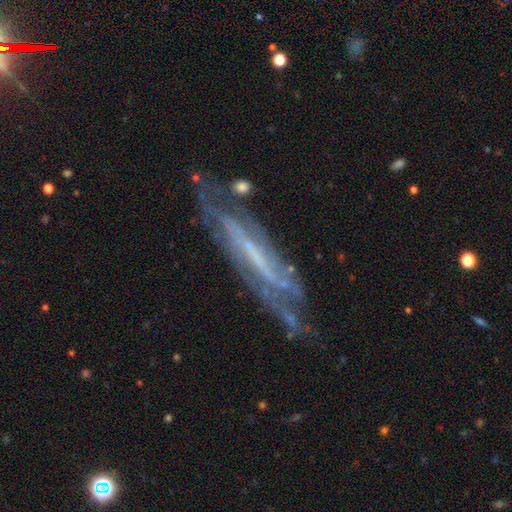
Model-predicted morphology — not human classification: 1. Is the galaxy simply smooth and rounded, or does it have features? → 79% featured or disk, 13% smooth, 8% star or artifact.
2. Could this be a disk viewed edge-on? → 53% no, 47% yes.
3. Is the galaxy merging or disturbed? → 66% none, 21% minor disturbance, 10% major disturbance, 3% merger.